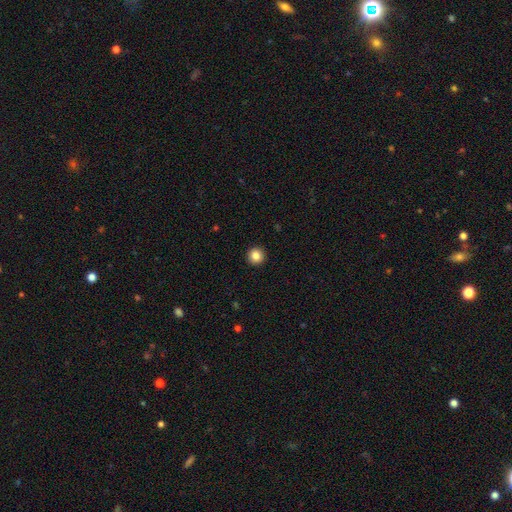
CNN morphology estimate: smooth-or-featured: smooth: 85% | star or artifact: 10% | featured or disk: 4%
  how-rounded: round: 96% | in between: 3% | cigar-shaped: 1%
  merging: none: 94% | minor disturbance: 4% | major disturbance: 1% | merger: 1%